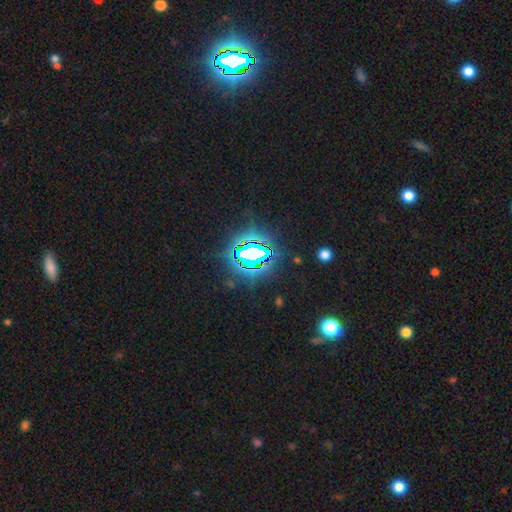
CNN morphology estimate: A star or artifact, not a galaxy (84%).